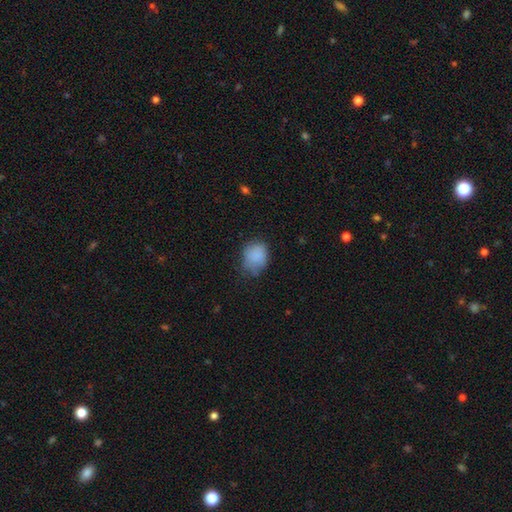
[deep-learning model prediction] A smooth galaxy with no disk features (83%) that is round (52%). Merging: none (54%).